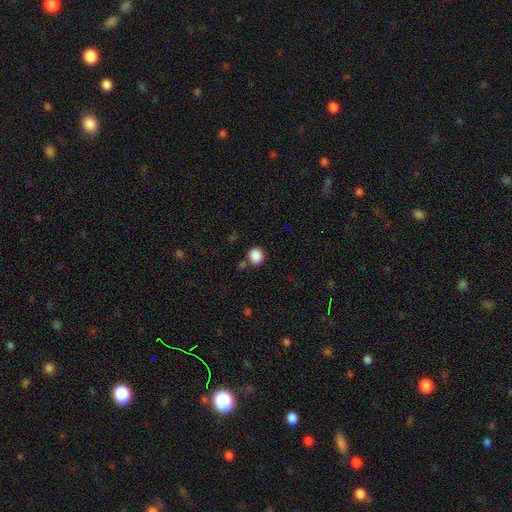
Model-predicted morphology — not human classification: A smooth galaxy with no disk features (87%) that is round (77%). Merging: none (77%).